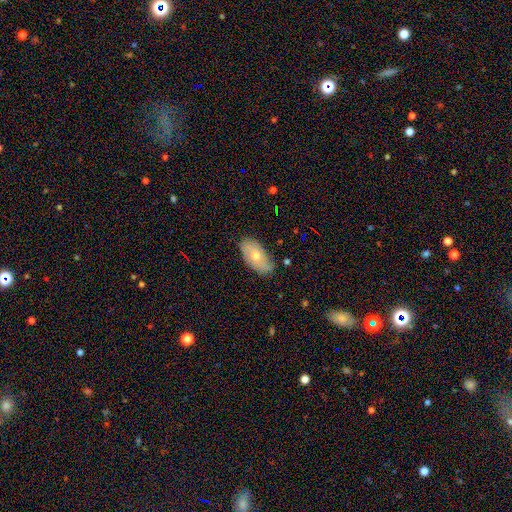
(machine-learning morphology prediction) The model was most divided on "smooth or featured": smooth: 53%, featured or disk: 38%, star or artifact: 9%. More confident: how rounded — in between (92%); merging — none (81%).